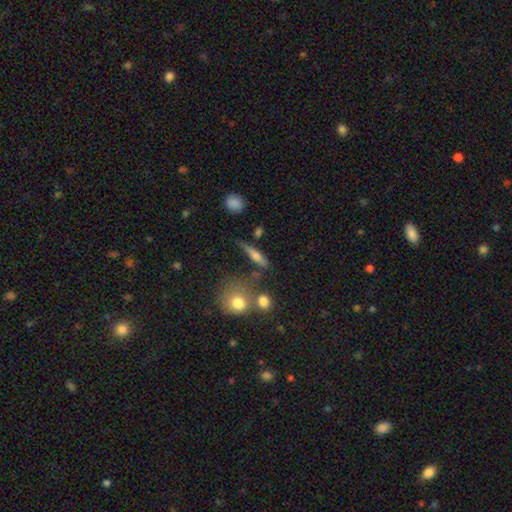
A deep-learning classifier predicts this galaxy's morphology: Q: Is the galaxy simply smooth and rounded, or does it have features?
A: smooth — 58%.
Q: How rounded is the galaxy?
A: cigar-shaped — 65%.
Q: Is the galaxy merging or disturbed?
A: none — 59%.